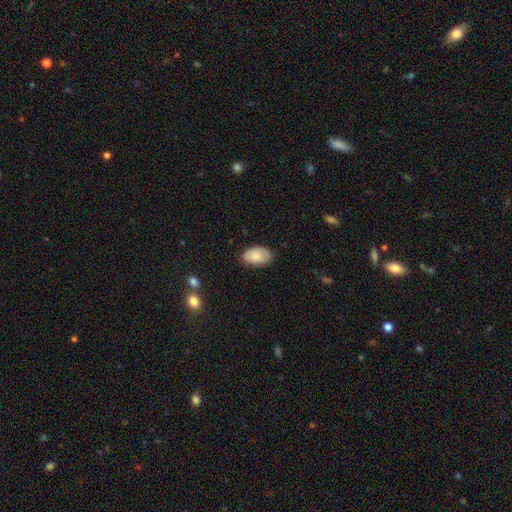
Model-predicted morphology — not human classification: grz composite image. It shows a smooth galaxy with no disk features (84%) that is in between round and cigar-shaped (94%). Merging: none (81%).